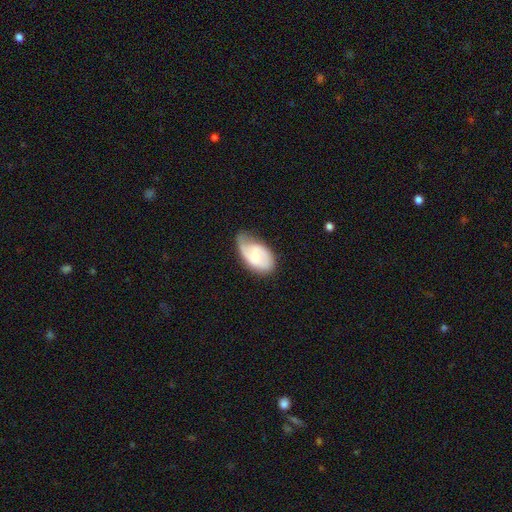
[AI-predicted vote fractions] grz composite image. It shows a featured or disk galaxy (52%). Merging: none (44%).